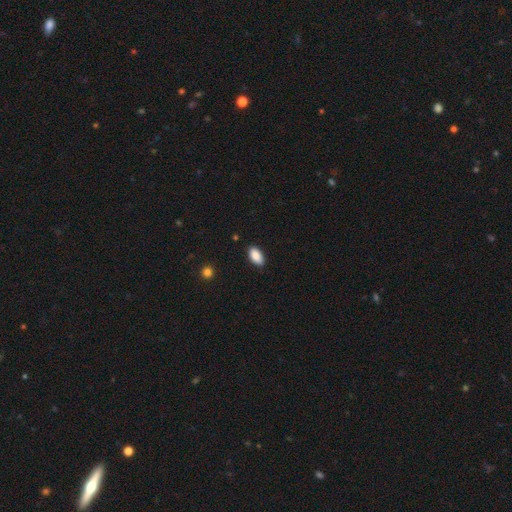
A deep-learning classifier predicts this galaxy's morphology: Smooth or featured? Predicted: smooth (p=0.89). How rounded? Predicted: in between (p=0.93). Merging? Predicted: none (p=0.87).